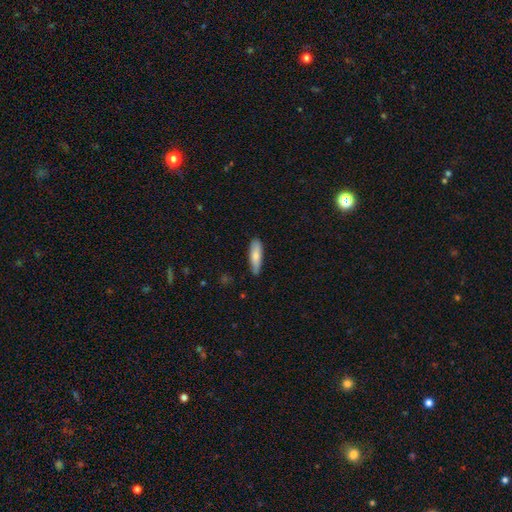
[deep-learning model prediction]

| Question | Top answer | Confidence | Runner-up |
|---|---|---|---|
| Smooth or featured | smooth | 77% | featured or disk (18%) |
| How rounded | cigar-shaped | 56% | in between (42%) |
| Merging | none | 81% | minor disturbance (15%) |